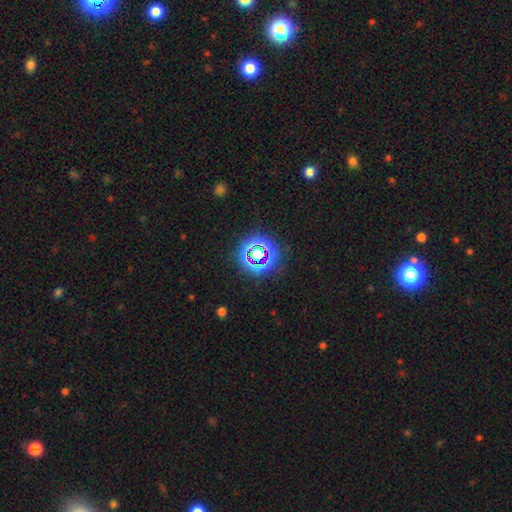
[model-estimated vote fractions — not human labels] star or artifact 69%, smooth 21%, featured or disk 11%.